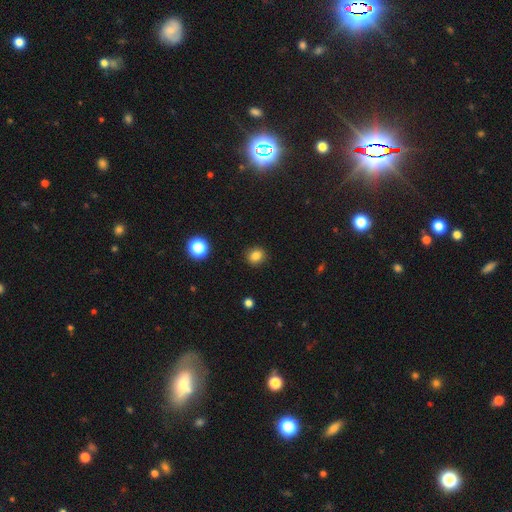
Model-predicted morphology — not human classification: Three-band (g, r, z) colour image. It shows a smooth galaxy with no disk features (83%) that is round (77%). Merging: none (90%).